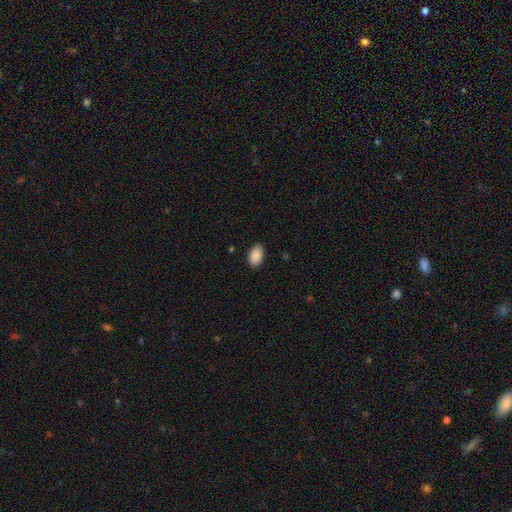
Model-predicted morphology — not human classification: Smooth or featured: smooth — 90% (star or artifact — 7%)
How rounded: in between — 93% (round — 6%)
Merging: none — 88% (minor disturbance — 9%)